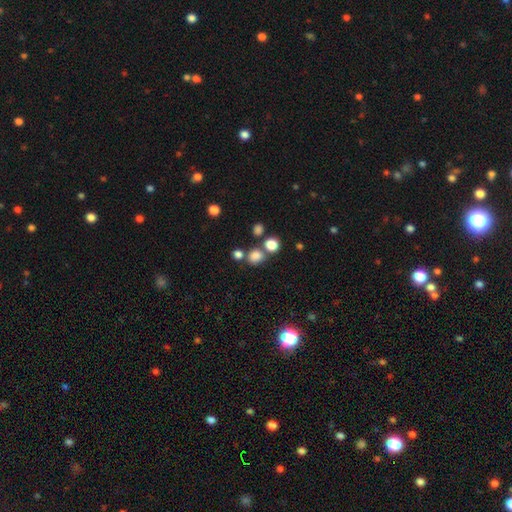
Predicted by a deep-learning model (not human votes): Smooth or featured? Predicted: smooth (p=0.79). How rounded? Predicted: round (p=0.76). Merging? Predicted: none (p=0.64).